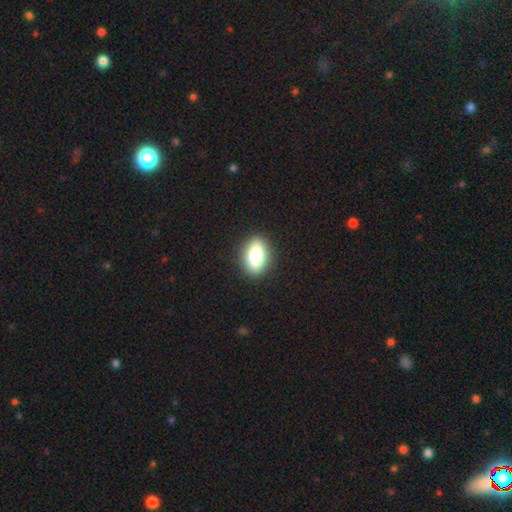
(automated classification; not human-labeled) Overall: smooth (76%). How rounded: in between (78%). Merging: none (90%).